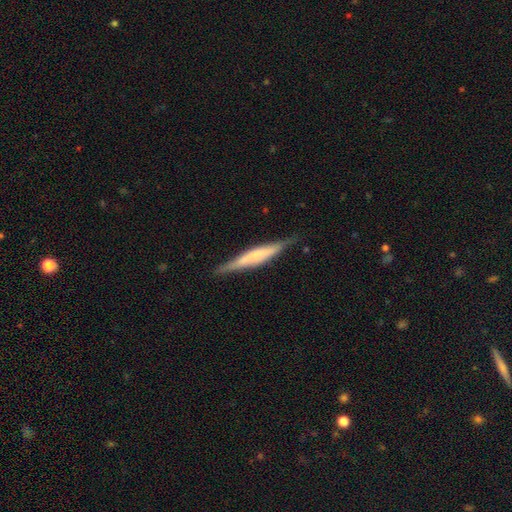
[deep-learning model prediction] The model was most divided on "edge-on bulge": boxy: 37%, none: 32%, rounded: 32%. More confident: edge-on disk — yes (95%); merging — none (82%); smooth or featured — featured or disk (56%).